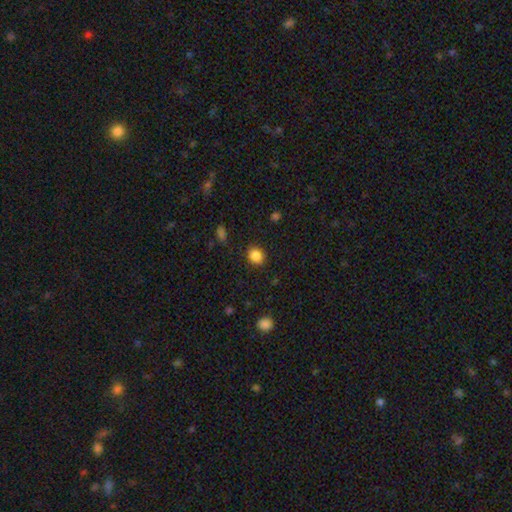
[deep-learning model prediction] A smooth galaxy with no disk features (86%) that is round (70%). Merging: none (88%).